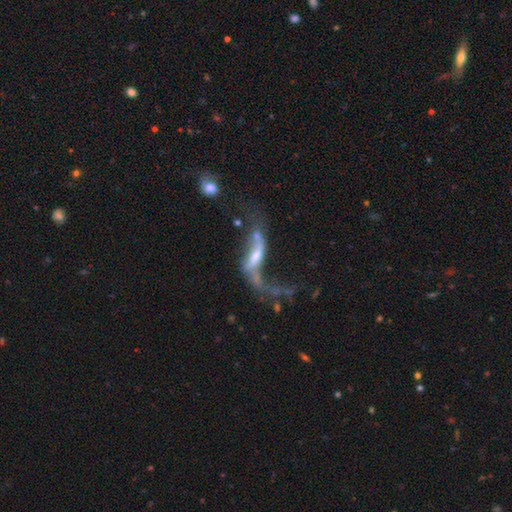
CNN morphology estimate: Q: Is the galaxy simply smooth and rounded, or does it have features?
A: featured or disk — 80%.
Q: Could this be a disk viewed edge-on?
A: no — 84%.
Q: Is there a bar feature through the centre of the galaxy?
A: strong — 40%.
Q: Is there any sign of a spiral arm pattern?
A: yes — 82%.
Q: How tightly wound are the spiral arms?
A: loose — 94%.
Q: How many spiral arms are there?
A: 2 — 84%.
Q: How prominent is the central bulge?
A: small — 42%.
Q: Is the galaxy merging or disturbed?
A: major disturbance — 35%.